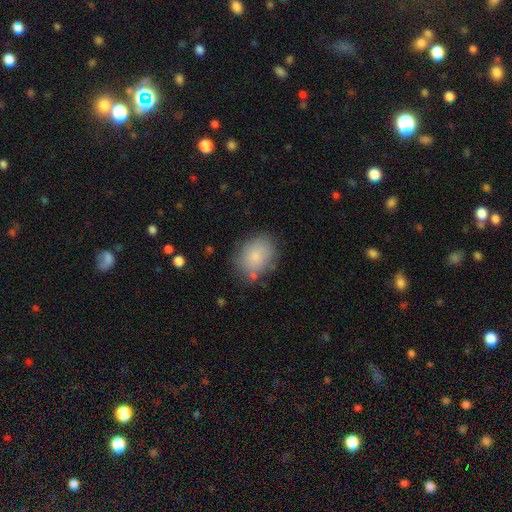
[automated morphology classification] smooth-or-featured: smooth: 83% | featured or disk: 10% | star or artifact: 8%
  how-rounded: in between: 57% | round: 42% | cigar-shaped: 1%
  merging: none: 73% | minor disturbance: 17% | major disturbance: 5% | merger: 4%